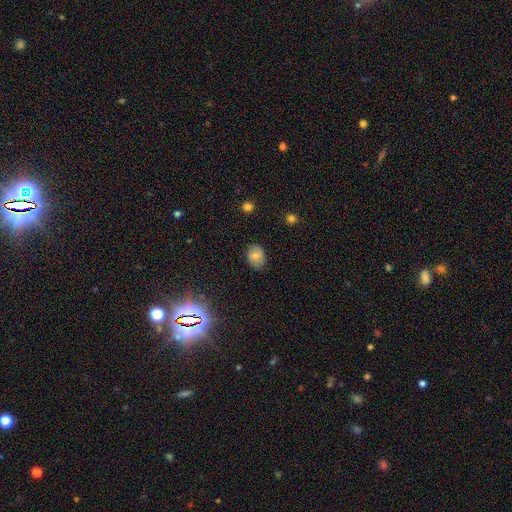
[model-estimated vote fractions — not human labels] Smooth or featured? Predicted: smooth (p=0.78). How rounded? Predicted: in between (p=0.69). Merging? Predicted: none (p=0.80).